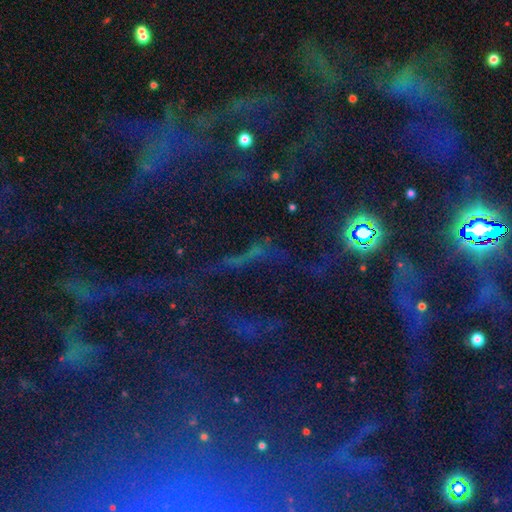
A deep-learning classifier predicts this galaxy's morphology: Smooth or featured?
  - star or artifact: 74% *
  - smooth: 14%
  - featured or disk: 12%